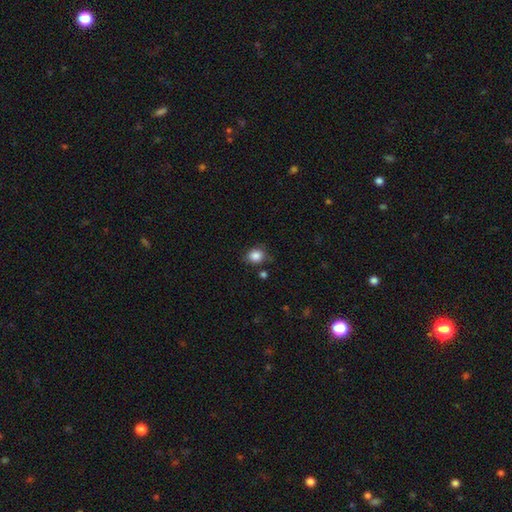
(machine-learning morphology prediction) smooth_or_featured: smooth (p=0.85) [alt: star or artifact p=0.10]
how_rounded: round (p=0.68) [alt: in between p=0.31]
merging: none (p=0.75) [alt: minor disturbance p=0.17]